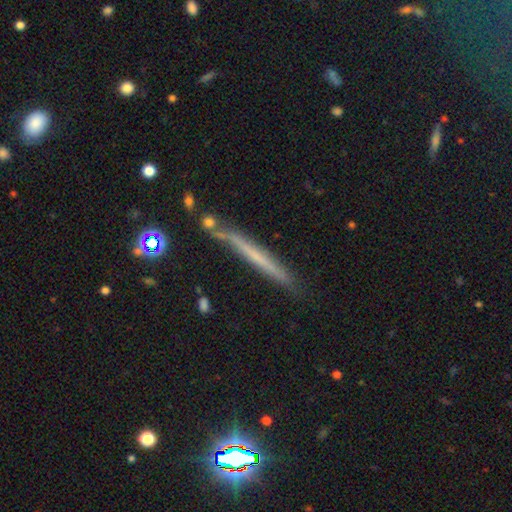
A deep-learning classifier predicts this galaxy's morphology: Overall: featured or disk (46%; smooth 44%). Merging: none (81%).